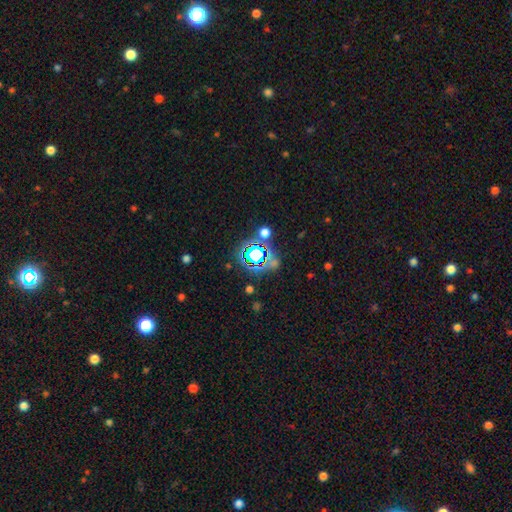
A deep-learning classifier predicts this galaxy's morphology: Smooth or featured? Predicted: star or artifact (p=0.71).